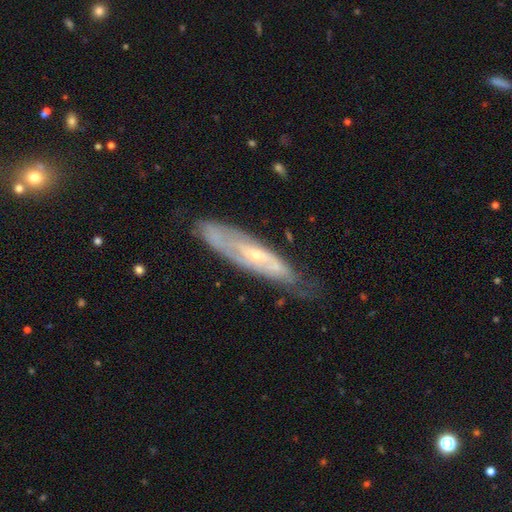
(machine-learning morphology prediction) A featured or disk galaxy (72%). Merging: none (66%).